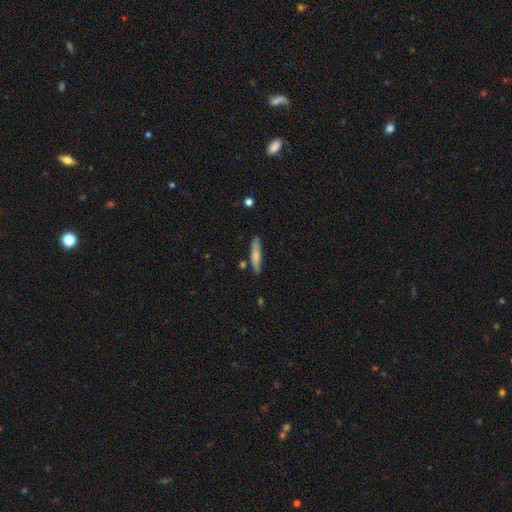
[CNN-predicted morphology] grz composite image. It shows a smooth galaxy with no disk features (75%) that is cigar-shaped (84%). Merging: none (79%).